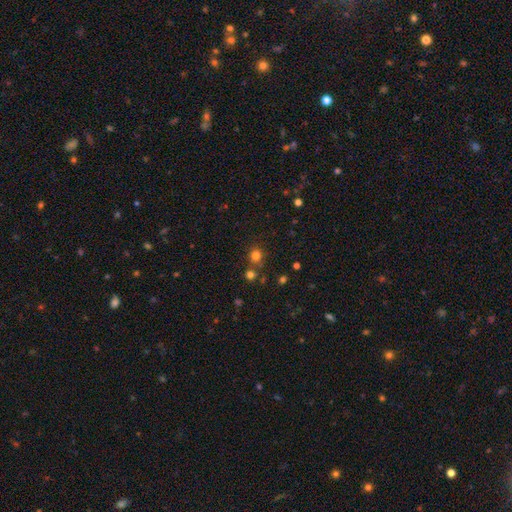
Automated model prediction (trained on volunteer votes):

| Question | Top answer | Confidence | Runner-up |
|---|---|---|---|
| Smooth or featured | smooth | 75% | star or artifact (19%) |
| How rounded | round | 88% | in between (11%) |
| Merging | none | 73% | merger (14%) |